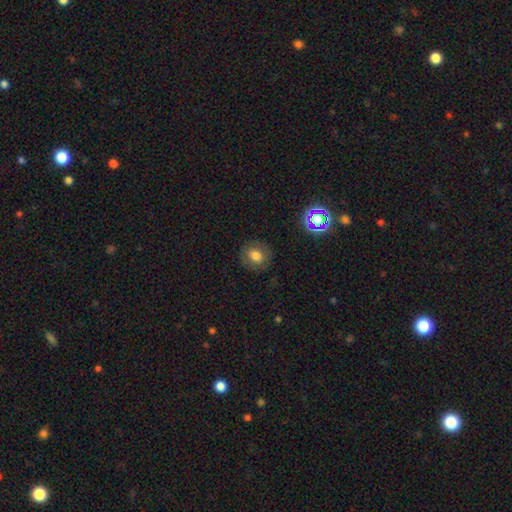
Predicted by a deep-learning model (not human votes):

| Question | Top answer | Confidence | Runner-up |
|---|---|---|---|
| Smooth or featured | smooth | 71% | featured or disk (16%) |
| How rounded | round | 75% | in between (25%) |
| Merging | none | 85% | minor disturbance (10%) |